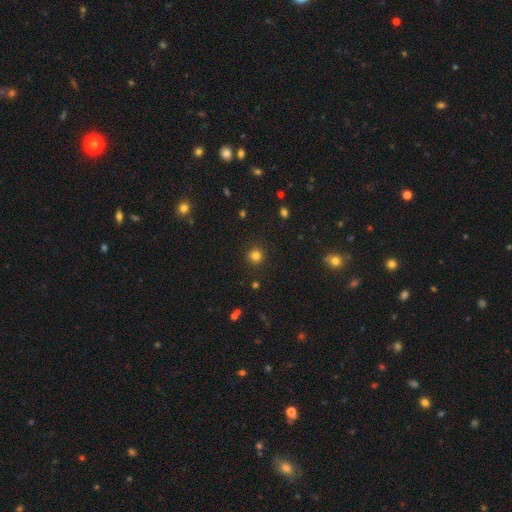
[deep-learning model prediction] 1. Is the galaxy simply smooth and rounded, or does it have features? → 80% smooth, 15% star or artifact, 5% featured or disk.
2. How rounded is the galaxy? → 93% round, 6% in between, 1% cigar-shaped.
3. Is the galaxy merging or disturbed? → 90% none, 6% minor disturbance, 2% major disturbance, 1% merger.